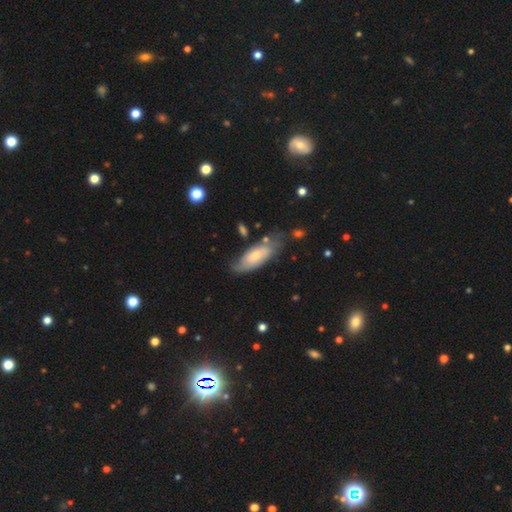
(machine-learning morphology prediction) Smooth or featured? Predicted: smooth (p=0.56). How rounded? Predicted: in between (p=0.77). Merging? Predicted: none (p=0.54).